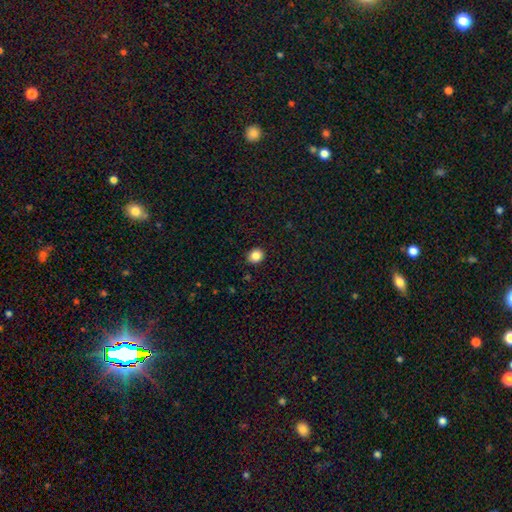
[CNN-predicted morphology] Smooth or featured? Predicted: smooth (p=0.86). How rounded? Predicted: round (p=0.72). Merging? Predicted: none (p=0.90).